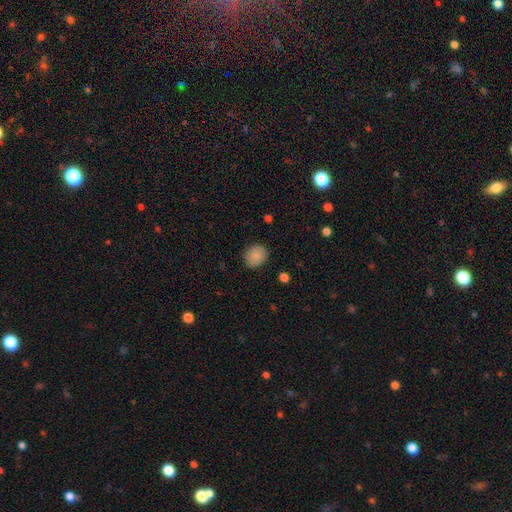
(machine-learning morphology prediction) This is clearly a smooth galaxy (86%). How rounded: likely round (66%). Merging: clearly none (86%).